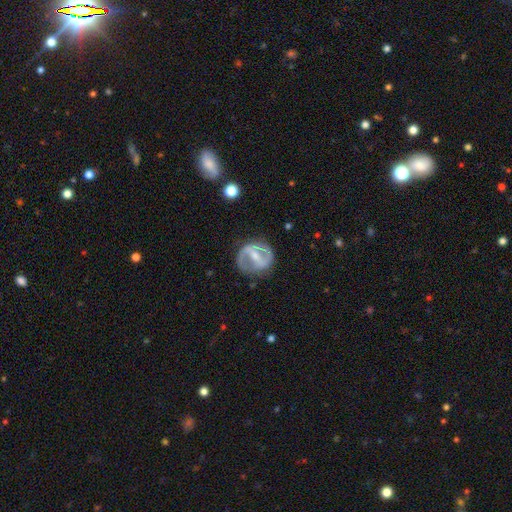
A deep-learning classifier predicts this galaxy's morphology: Q: Smooth or featured?
A: featured or disk (77%); runner-up: smooth (18%)
Q: Edge-on disk?
A: no (95%); runner-up: yes (5%)
Q: Bar?
A: strong (60%); runner-up: weak (29%)
Q: Spiral arms?
A: yes (65%); runner-up: no (35%)
Q: Bulge size?
A: moderate (49%); runner-up: small (42%)
Q: Merging?
A: none (73%); runner-up: minor disturbance (17%)